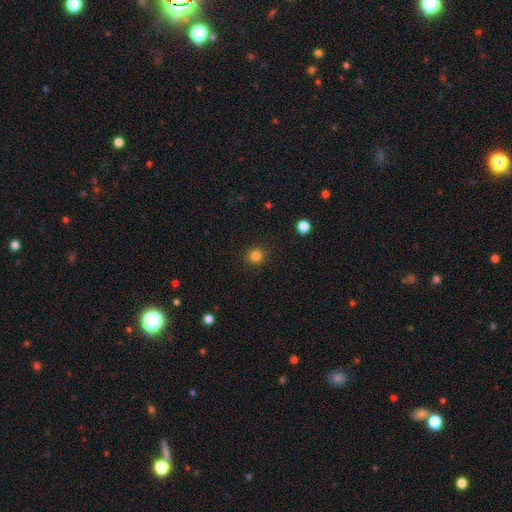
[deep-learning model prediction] This appears to be a smooth galaxy with no disk features (83%) that is round (90%). Merging: none (91%).